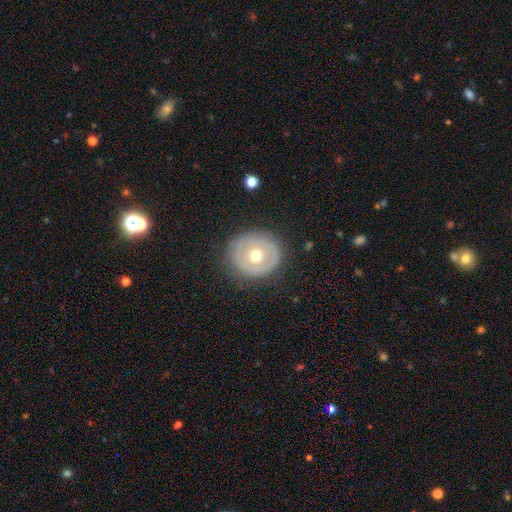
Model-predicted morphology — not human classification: The model was most divided on "smooth or featured": featured or disk: 48%, smooth: 45%, star or artifact: 7%. More confident: merging — none (84%).